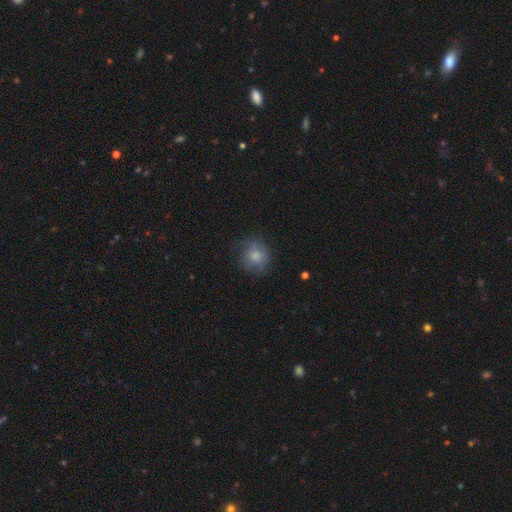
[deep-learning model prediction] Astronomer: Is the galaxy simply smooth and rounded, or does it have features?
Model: smooth — 78%.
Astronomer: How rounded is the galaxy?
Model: round — 85%.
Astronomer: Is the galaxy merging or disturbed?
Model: none — 68%.